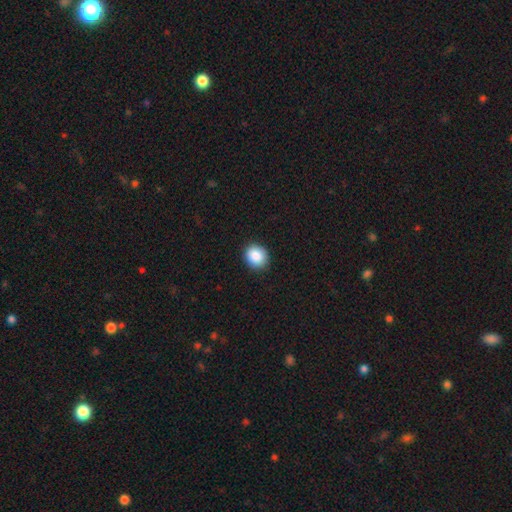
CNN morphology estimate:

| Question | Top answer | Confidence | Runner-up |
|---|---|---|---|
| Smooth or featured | smooth | 88% | star or artifact (8%) |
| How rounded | round | 74% | in between (26%) |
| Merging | none | 90% | minor disturbance (7%) |